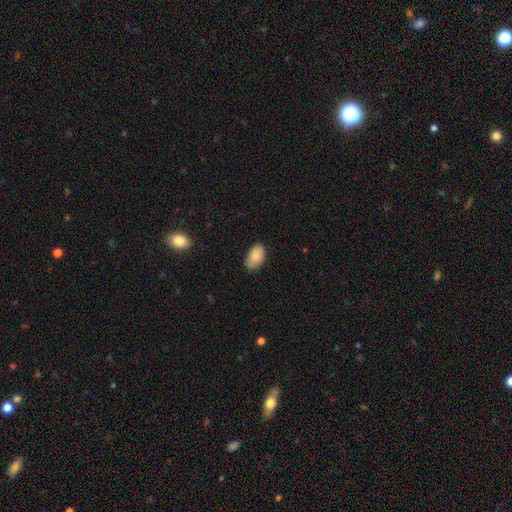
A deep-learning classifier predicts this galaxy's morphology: Smooth or featured: smooth — 84% (featured or disk — 9%)
How rounded: in between — 92% (round — 6%)
Merging: none — 78% (minor disturbance — 18%)